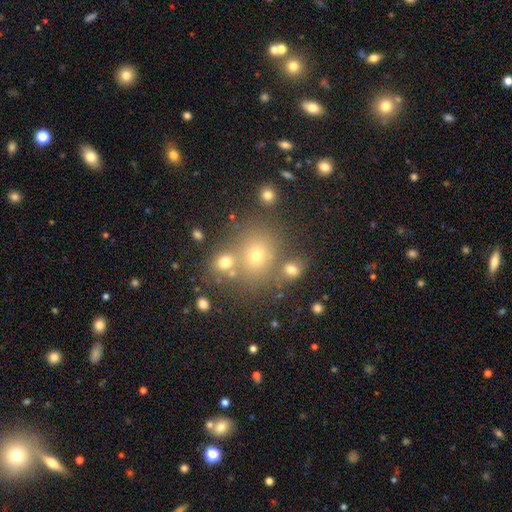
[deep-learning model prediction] smooth 55%, star or artifact 33%, featured or disk 12%. Down the decision tree: how rounded — round (82%); merging — none (66%).